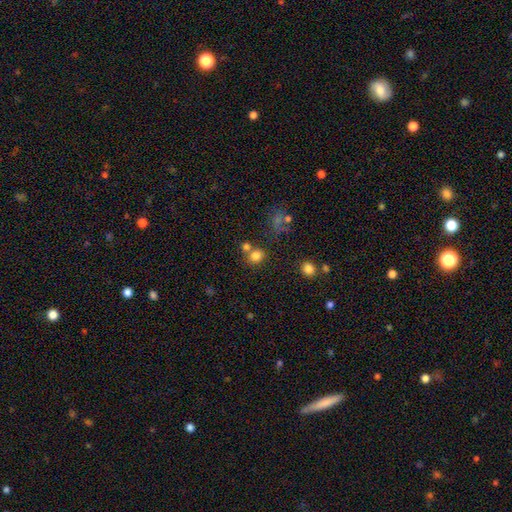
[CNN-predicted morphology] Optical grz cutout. It shows a smooth galaxy with no disk features (79%) that is round (73%). Merging: none (59%).